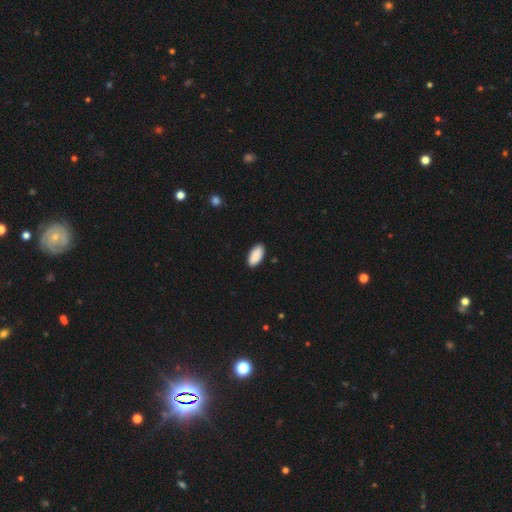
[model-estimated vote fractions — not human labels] Smooth or featured?
  - smooth: 91% *
  - star or artifact: 6%
  - featured or disk: 3%
How rounded?
  - in between: 94% *
  - cigar-shaped: 4%
  - round: 2%
Merging?
  - none: 89% *
  - minor disturbance: 9%
  - major disturbance: 2%
  - merger: 1%